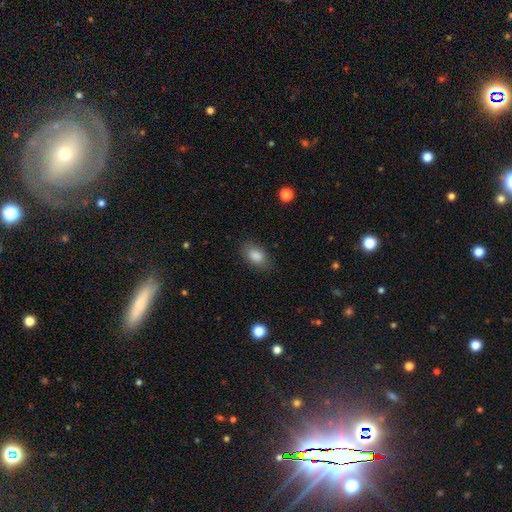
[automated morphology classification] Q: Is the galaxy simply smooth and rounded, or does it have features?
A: smooth — 85%.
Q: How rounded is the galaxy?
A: in between — 87%.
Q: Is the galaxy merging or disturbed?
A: none — 82%.